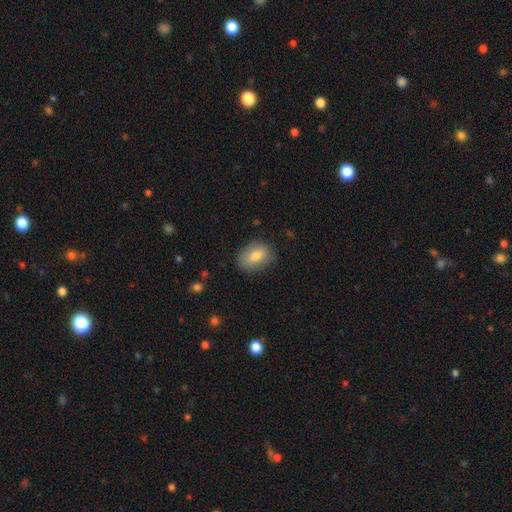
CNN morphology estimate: smooth_or_featured: smooth (p=0.79) [alt: featured or disk p=0.13]
how_rounded: in between (p=0.75) [alt: round p=0.24]
merging: none (p=0.81) [alt: minor disturbance p=0.14]